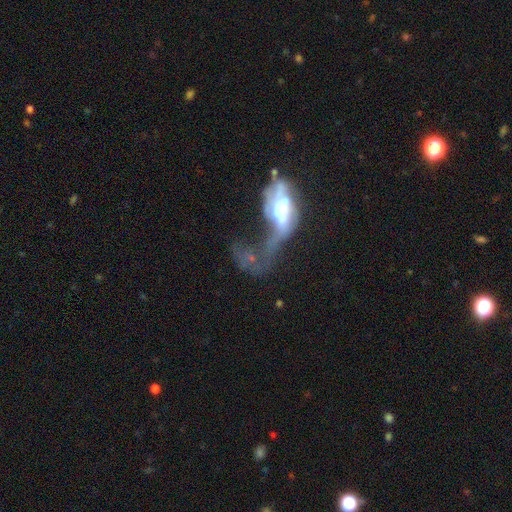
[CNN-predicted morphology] This is possibly a featured or disk galaxy (55%). It is clearly not viewed edge-on (82%). Merging: possibly major disturbance (48%).